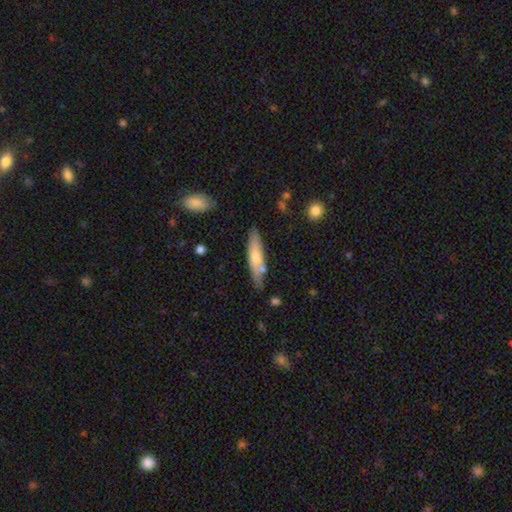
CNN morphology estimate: The model was most divided on "smooth or featured": smooth: 60%, featured or disk: 34%, star or artifact: 6%. More confident: how rounded — cigar-shaped (75%); merging — none (72%).